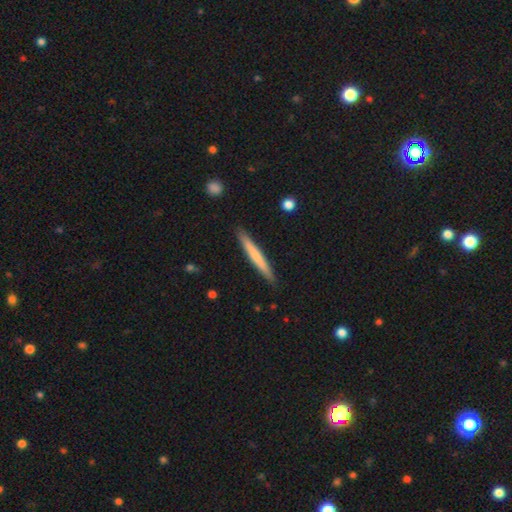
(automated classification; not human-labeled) The model was most divided on "smooth or featured": smooth: 61%, featured or disk: 34%, star or artifact: 5%. More confident: how rounded — cigar-shaped (97%); merging — none (90%).